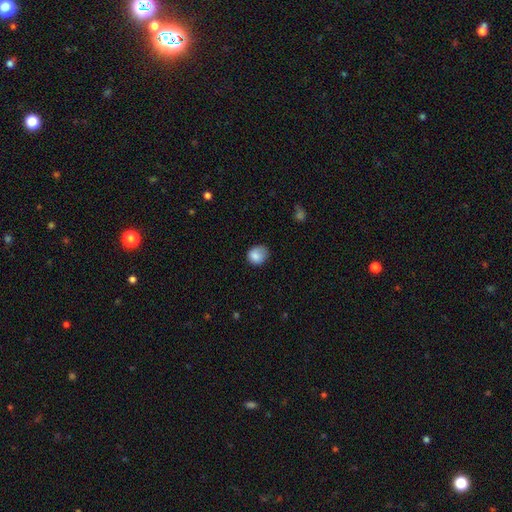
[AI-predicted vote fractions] smooth 83%, star or artifact 9%, featured or disk 8%. Down the decision tree: how rounded — round (60%); merging — none (53%).